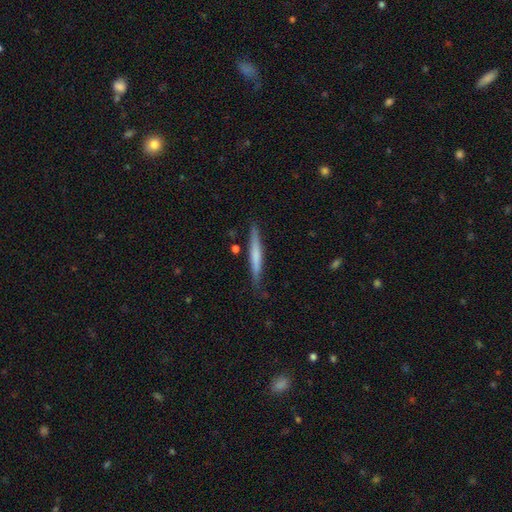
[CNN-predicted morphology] Q: Smooth or featured?
A: smooth (57%); runner-up: featured or disk (38%)
Q: How rounded?
A: cigar-shaped (96%); runner-up: in between (3%)
Q: Merging?
A: none (84%); runner-up: minor disturbance (12%)